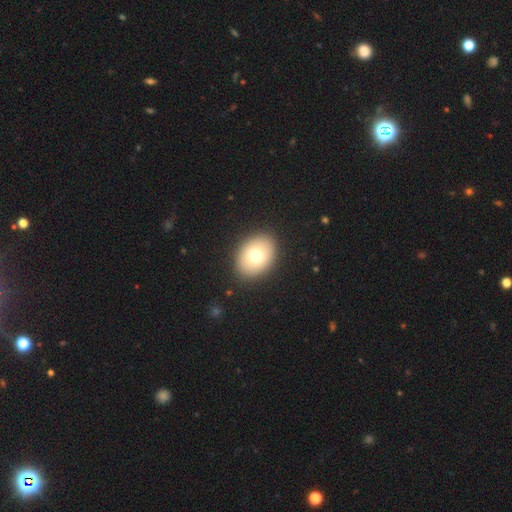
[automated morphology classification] smooth_or_featured: smooth (p=0.75) [alt: featured or disk p=0.16]
how_rounded: in between (p=0.69) [alt: round p=0.30]
merging: none (p=0.90) [alt: minor disturbance p=0.07]